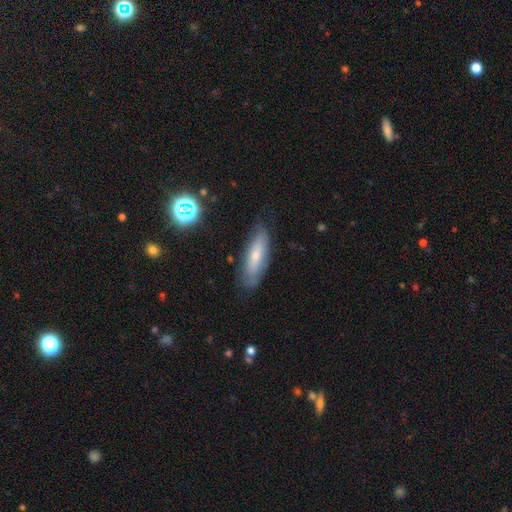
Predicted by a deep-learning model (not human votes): smooth_or_featured: smooth (p=0.63) [alt: featured or disk p=0.29]
how_rounded: cigar-shaped (p=0.54) [alt: in between p=0.44]
merging: none (p=0.78) [alt: minor disturbance p=0.16]